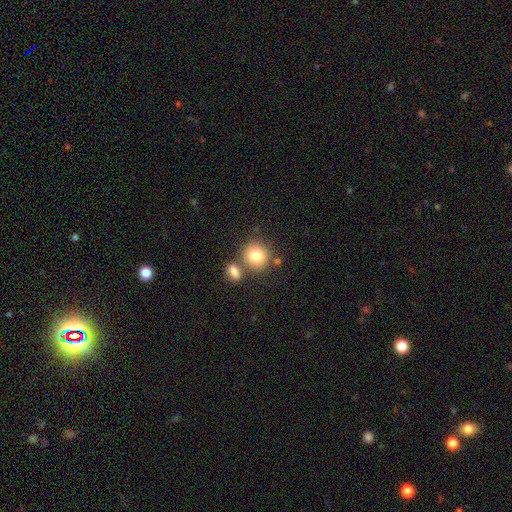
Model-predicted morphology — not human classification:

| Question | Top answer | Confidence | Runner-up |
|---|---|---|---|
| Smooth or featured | smooth | 80% | featured or disk (11%) |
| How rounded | round | 84% | in between (15%) |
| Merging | none | 63% | merger (24%) |